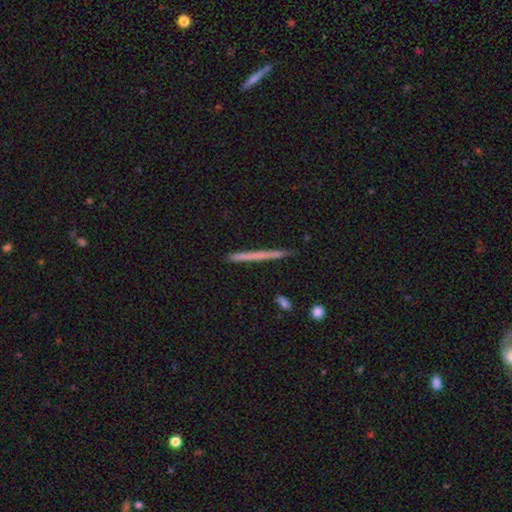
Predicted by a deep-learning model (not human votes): Morphology: type=smooth (54%); roundness=cigar-shaped (97%); merging=none (91%).